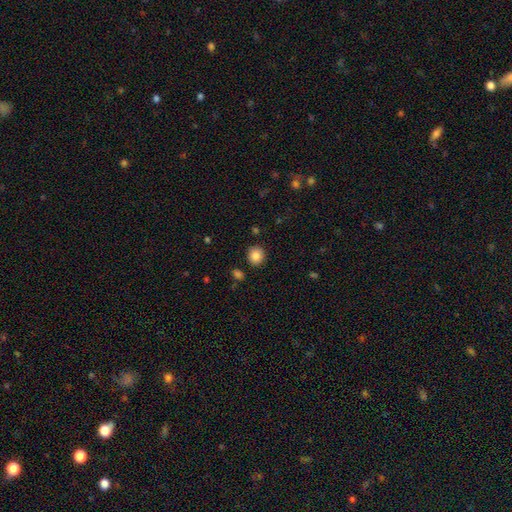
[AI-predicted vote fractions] This appears to be a smooth galaxy with no disk features (86%) that is round (84%). Merging: none (88%).